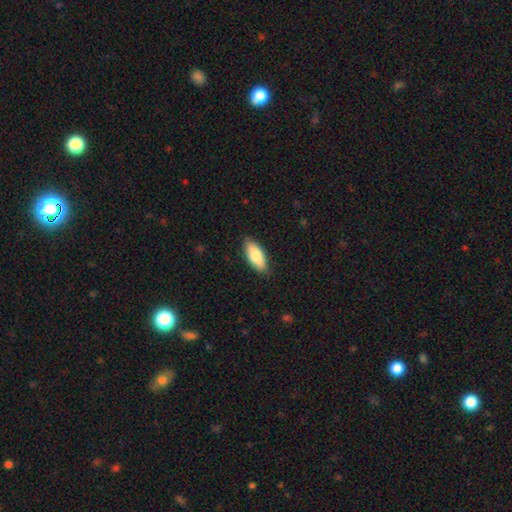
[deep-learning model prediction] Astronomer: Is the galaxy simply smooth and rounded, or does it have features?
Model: smooth — 83%.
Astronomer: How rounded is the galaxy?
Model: in between — 82%.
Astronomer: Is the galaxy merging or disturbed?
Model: none — 87%.